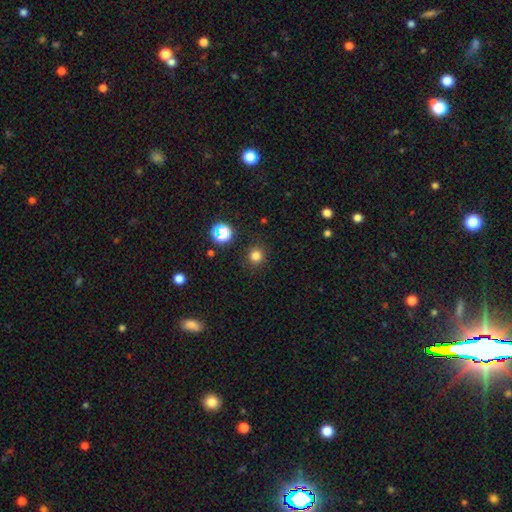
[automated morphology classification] Q: Smooth or featured?
A: smooth (79%); runner-up: star or artifact (17%)
Q: How rounded?
A: round (93%); runner-up: in between (6%)
Q: Merging?
A: none (89%); runner-up: minor disturbance (6%)